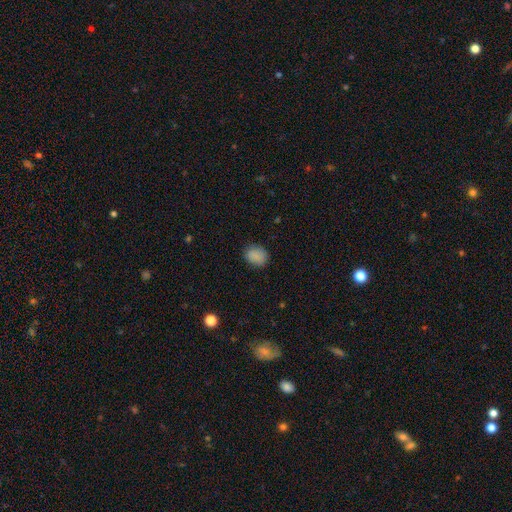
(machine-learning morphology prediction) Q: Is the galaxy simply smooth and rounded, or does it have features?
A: smooth — 87%.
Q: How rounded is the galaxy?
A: in between — 60%.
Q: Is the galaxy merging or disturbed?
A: none — 83%.